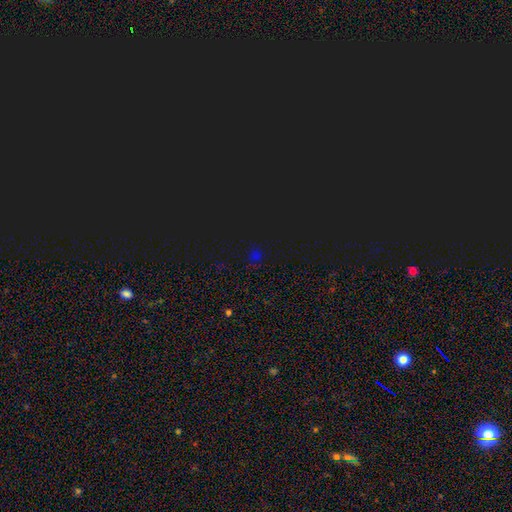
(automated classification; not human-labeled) smooth_or_featured: star or artifact (p=0.65) [alt: smooth p=0.29]